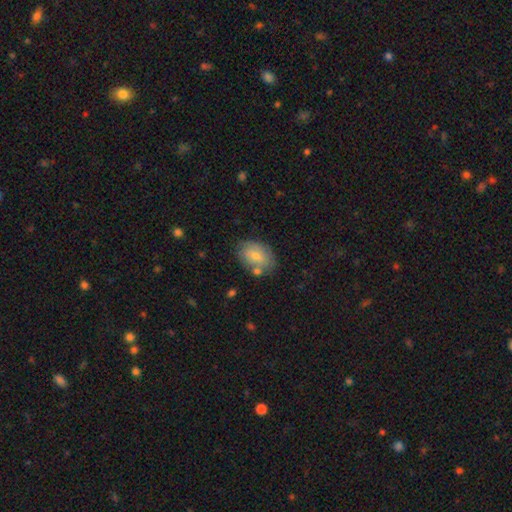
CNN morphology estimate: A smooth galaxy with no disk features (68%) that is in between round and cigar-shaped (81%).

Vote fractions:
- Smooth or featured? smooth: 68% / featured or disk: 25% / star or artifact: 7%
- How rounded? in between: 81% / round: 18% / cigar-shaped: 1%
- Merging? none: 65% / minor disturbance: 20% / merger: 9% / major disturbance: 5%